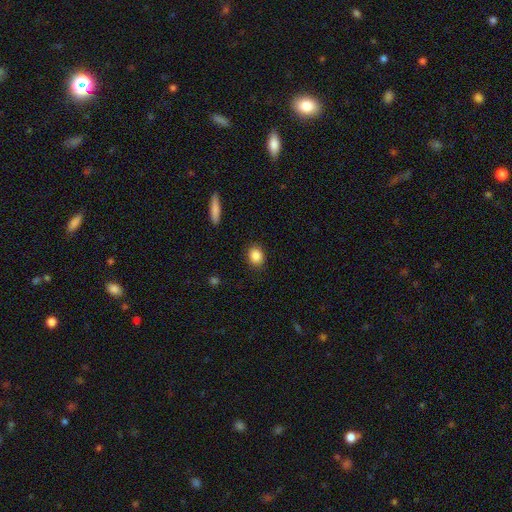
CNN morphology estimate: smooth-or-featured: smooth: 87% | star or artifact: 8% | featured or disk: 5%
  how-rounded: round: 54% | in between: 45% | cigar-shaped: 2%
  merging: none: 88% | minor disturbance: 8% | major disturbance: 2% | merger: 1%